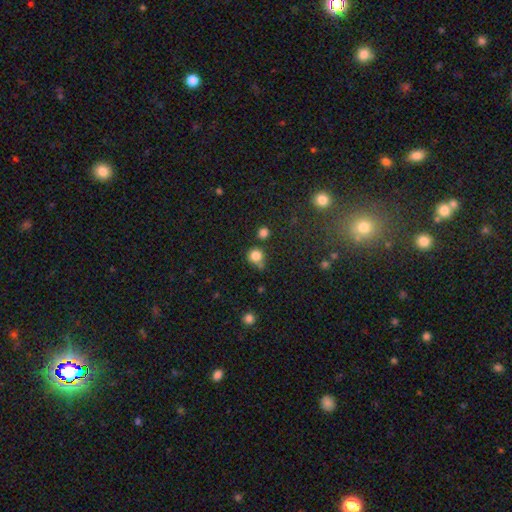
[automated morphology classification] type=smooth (82%); roundness=round (89%); merging=none (61%).